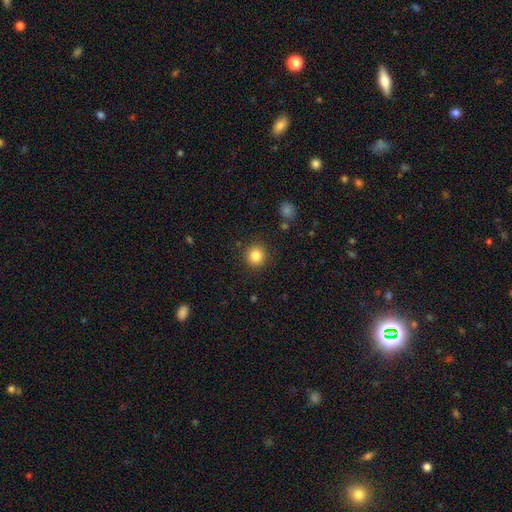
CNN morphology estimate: Overall: smooth (84%). How rounded: round (92%). Merging: none (90%).